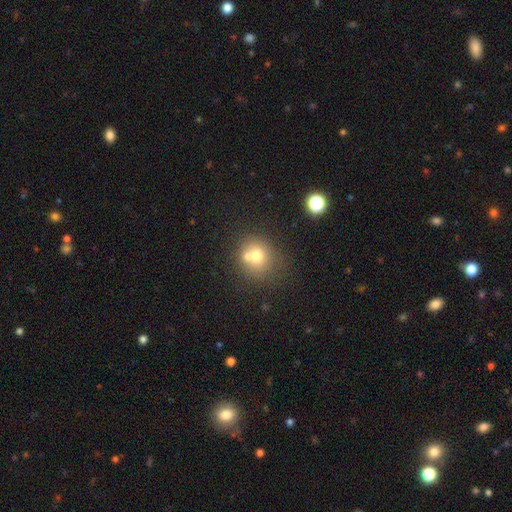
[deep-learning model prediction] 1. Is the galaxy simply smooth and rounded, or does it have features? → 68% smooth, 18% featured or disk, 14% star or artifact.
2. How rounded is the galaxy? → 83% round, 17% in between, 1% cigar-shaped.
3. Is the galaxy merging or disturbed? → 50% none, 37% merger, 9% minor disturbance, 4% major disturbance.